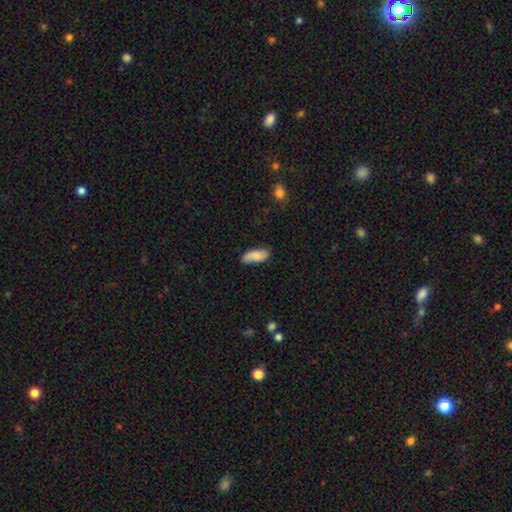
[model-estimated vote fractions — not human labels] smooth_or_featured: smooth (p=0.73) [alt: featured or disk p=0.21]
how_rounded: in between (p=0.77) [alt: cigar-shaped p=0.21]
merging: none (p=0.75) [alt: minor disturbance p=0.19]